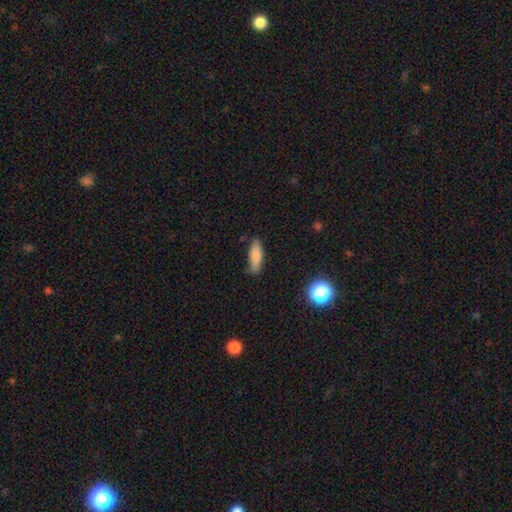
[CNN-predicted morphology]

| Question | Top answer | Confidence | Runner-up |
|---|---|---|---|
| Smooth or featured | smooth | 82% | featured or disk (10%) |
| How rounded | in between | 53% | cigar-shaped (44%) |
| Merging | none | 77% | minor disturbance (18%) |